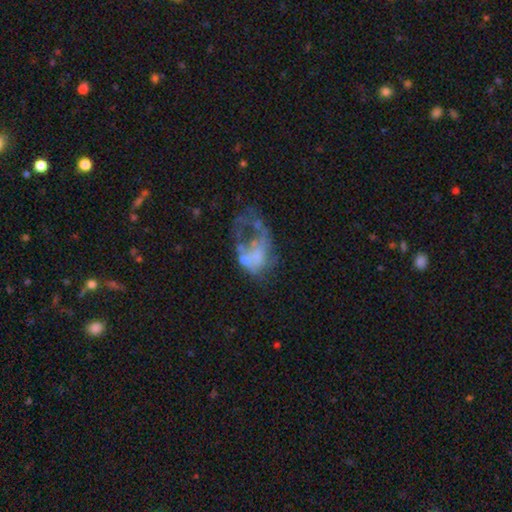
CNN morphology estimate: A featured or disk galaxy (58%) with no bar (89%), no spiral arms (89%) and no central bulge (70%). Merging: major disturbance (48%).